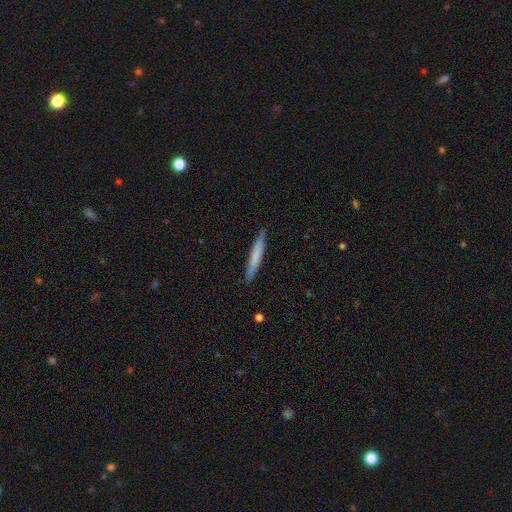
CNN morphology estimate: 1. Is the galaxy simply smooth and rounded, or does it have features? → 69% smooth, 25% featured or disk, 5% star or artifact.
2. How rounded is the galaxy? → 96% cigar-shaped, 3% in between, 1% round.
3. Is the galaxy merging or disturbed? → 90% none, 8% minor disturbance, 1% major disturbance, 1% merger.